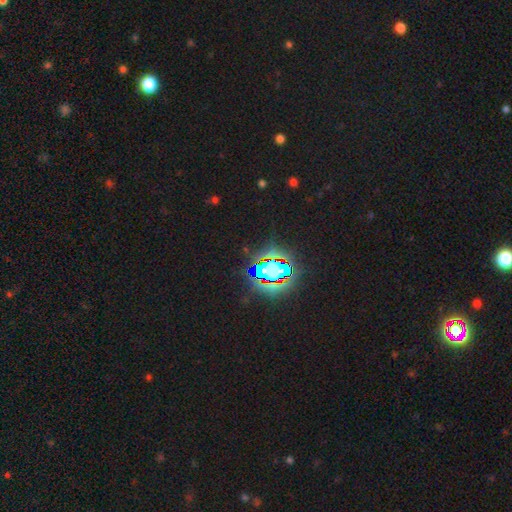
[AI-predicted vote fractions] star or artifact 82%, smooth 10%, featured or disk 8%.